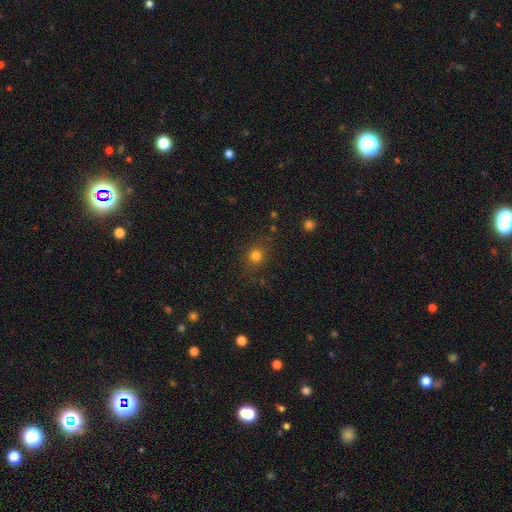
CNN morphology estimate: The model was most divided on "smooth or featured": smooth: 78%, star or artifact: 16%, featured or disk: 6%. More confident: how rounded — round (84%); merging — none (82%).